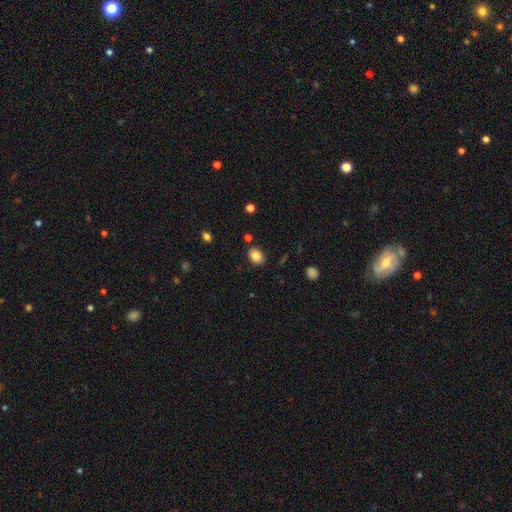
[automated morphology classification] This appears to be a smooth galaxy with no disk features (86%) that is in between round and cigar-shaped (71%). Merging: none (83%).